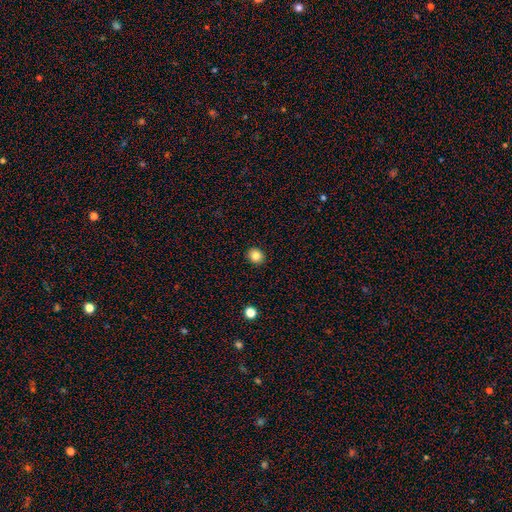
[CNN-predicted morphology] A smooth galaxy with no disk features (84%) that is round (84%). Merging: none (92%).